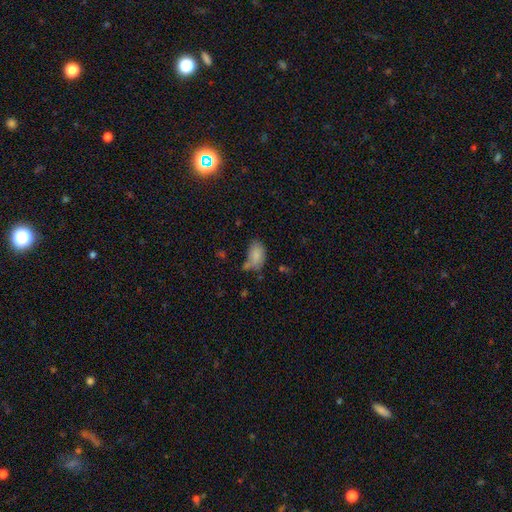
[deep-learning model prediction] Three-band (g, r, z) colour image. It shows a smooth galaxy with no disk features (81%) that is in between round and cigar-shaped (91%). Merging: none (44%).